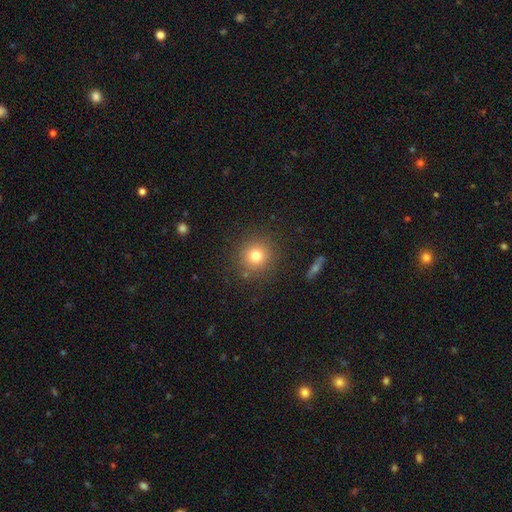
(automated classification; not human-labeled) Q: Smooth or featured?
A: smooth (78%); runner-up: star or artifact (13%)
Q: How rounded?
A: round (92%); runner-up: in between (7%)
Q: Merging?
A: none (87%); runner-up: minor disturbance (8%)